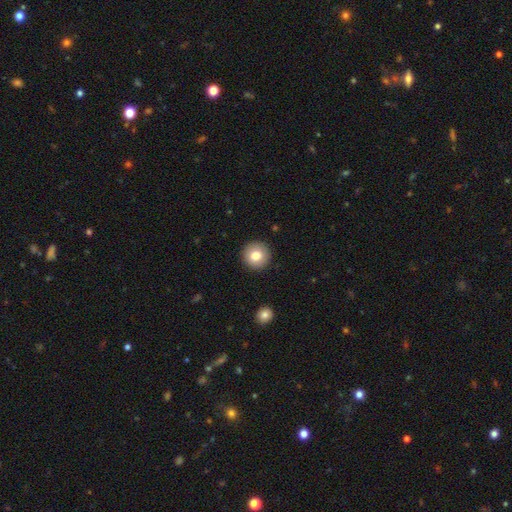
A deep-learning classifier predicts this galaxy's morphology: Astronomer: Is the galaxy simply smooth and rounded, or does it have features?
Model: smooth — 81%.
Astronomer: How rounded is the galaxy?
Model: round — 95%.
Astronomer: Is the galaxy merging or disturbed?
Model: none — 92%.